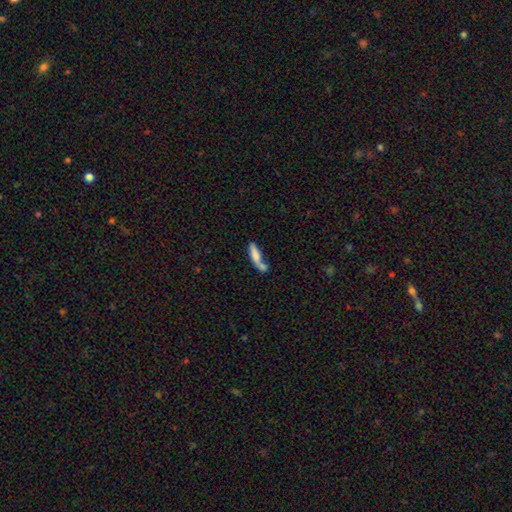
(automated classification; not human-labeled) Smooth or featured: smooth — 75% (featured or disk — 17%)
How rounded: cigar-shaped — 62% (in between — 36%)
Merging: merger — 50% (none — 30%)